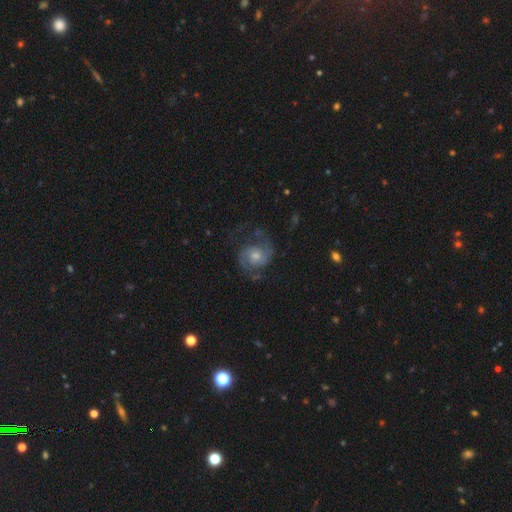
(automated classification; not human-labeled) Smooth or featured?
  - featured or disk: 80% *
  - smooth: 13%
  - star or artifact: 7%
Edge-on disk?
  - no: 98% *
  - yes: 2%
Bar?
  - no: 70% *
  - weak: 26%
  - strong: 4%
Spiral arms?
  - yes: 95% *
  - no: 5%
Spiral winding?
  - medium: 51% *
  - loose: 25%
  - tight: 23%
Spiral arm count?
  - 2: 88% *
  - can't tell: 5%
  - 1: 2%
  - 3: 2%
  - 4: 1%
  - more than 4: 1%
Bulge size?
  - moderate: 47% *
  - small: 43%
  - large: 5%
  - none: 3%
  - dominant: 1%
Merging?
  - none: 64% *
  - minor disturbance: 18%
  - major disturbance: 16%
  - merger: 2%